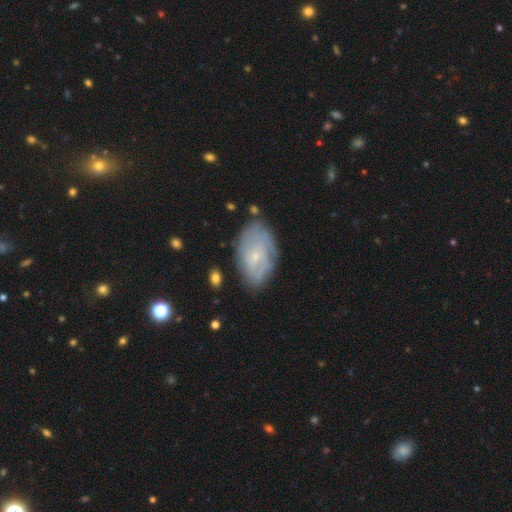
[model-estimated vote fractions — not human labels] smooth_or_featured: featured or disk (p=0.59) [alt: smooth p=0.34]
disk_edge_on: no (p=0.94) [alt: yes p=0.06]
bar: no (p=0.71) [alt: weak p=0.25]
has_spiral_arms: yes (p=0.69) [alt: no p=0.31]
bulge_size: small (p=0.79) [alt: moderate p=0.15]
merging: none (p=0.68) [alt: minor disturbance p=0.22]